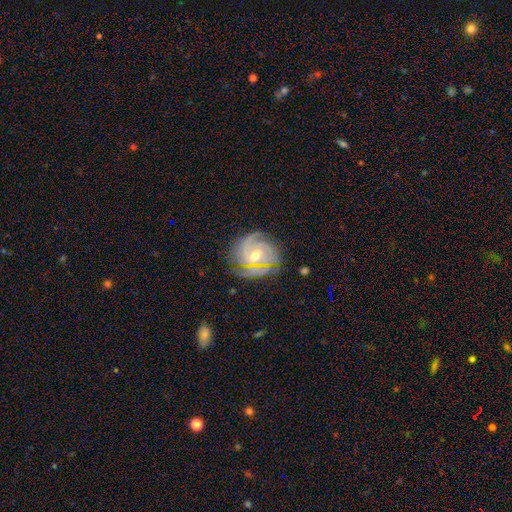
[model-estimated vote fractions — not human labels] This is clearly a featured or disk galaxy (82%). It is clearly not viewed edge-on (97%). Bar: possibly no (51%). Spiral arm pattern: clearly yes (95%). Spiral arm count: marginally 3 (31%). Spiral winding: likely tight (67%). Central bulge: likely moderate (65%). Merging: likely none (76%).